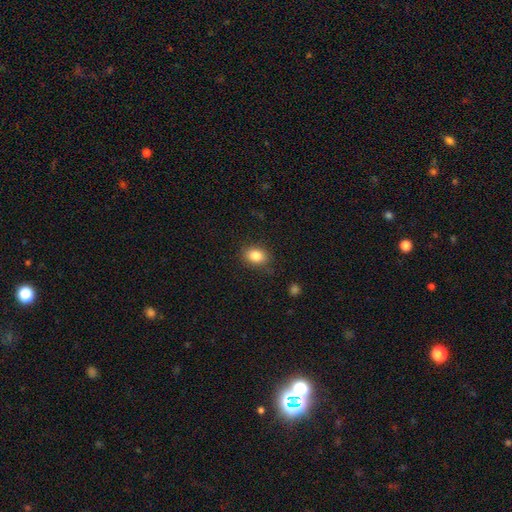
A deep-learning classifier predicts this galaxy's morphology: Smooth or featured? smooth (85%)
How rounded? in between (68%)
Merging? none (83%)